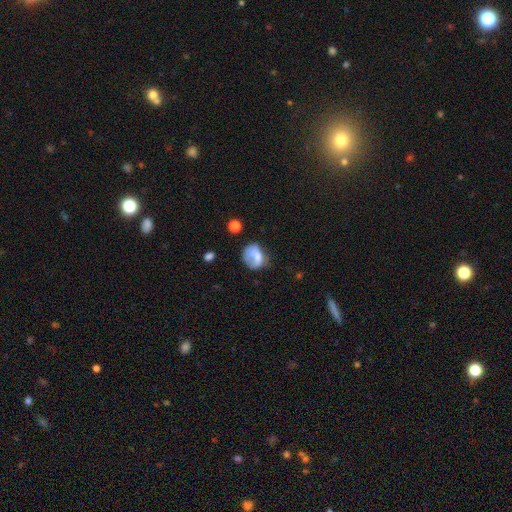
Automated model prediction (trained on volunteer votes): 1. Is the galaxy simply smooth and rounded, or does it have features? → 64% smooth, 26% featured or disk, 10% star or artifact.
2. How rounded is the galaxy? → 55% round, 43% in between, 1% cigar-shaped.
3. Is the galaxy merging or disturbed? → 37% none, 28% minor disturbance, 27% major disturbance, 8% merger.